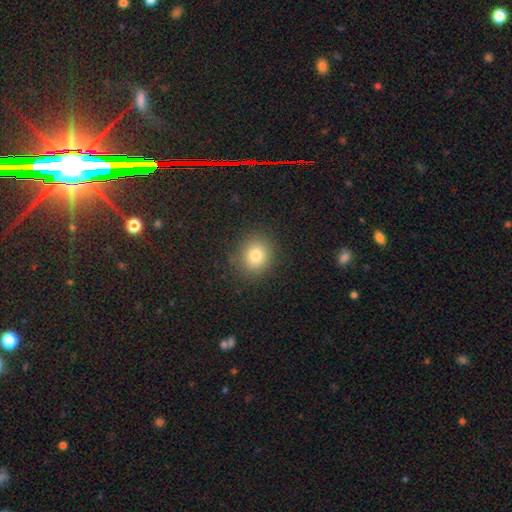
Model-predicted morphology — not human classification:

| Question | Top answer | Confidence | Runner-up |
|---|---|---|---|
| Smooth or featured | smooth | 80% | star or artifact (12%) |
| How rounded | round | 76% | in between (23%) |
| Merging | none | 86% | minor disturbance (9%) |